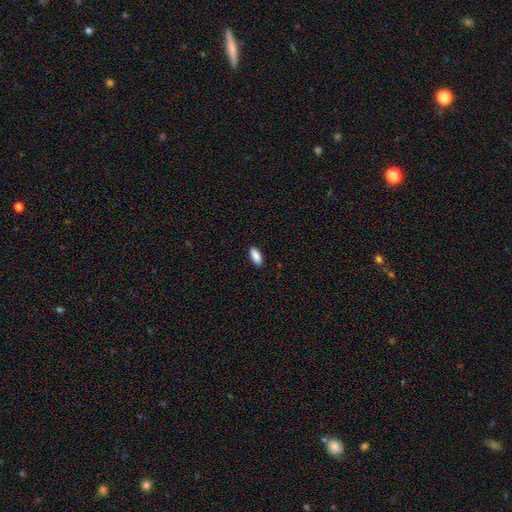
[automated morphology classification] Q: Smooth or featured?
A: smooth (90%); runner-up: star or artifact (6%)
Q: How rounded?
A: in between (86%); runner-up: cigar-shaped (12%)
Q: Merging?
A: none (90%); runner-up: minor disturbance (8%)